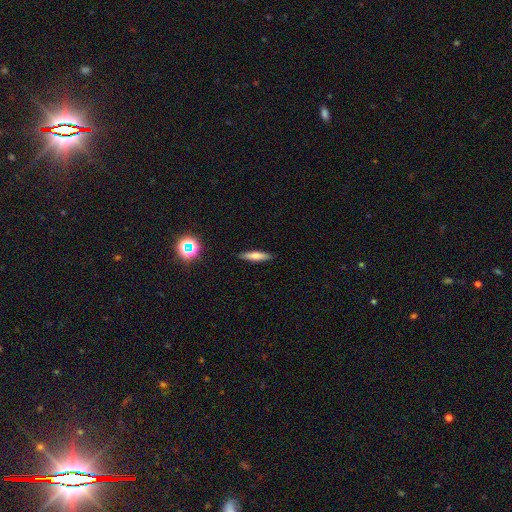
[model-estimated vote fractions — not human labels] The model was most divided on "smooth or featured": smooth: 66%, featured or disk: 24%, star or artifact: 9%. More confident: merging — none (89%); how rounded — cigar-shaped (82%).